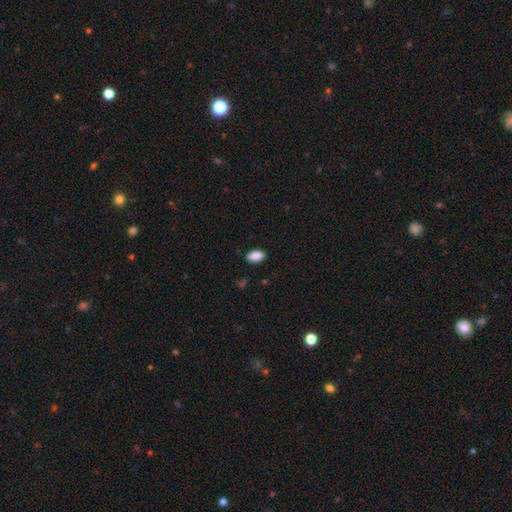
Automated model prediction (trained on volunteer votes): The model was most divided on "merging": none: 87%, minor disturbance: 10%, major disturbance: 2%, merger: 1%. More confident: how rounded — in between (93%); smooth or featured — smooth (89%).